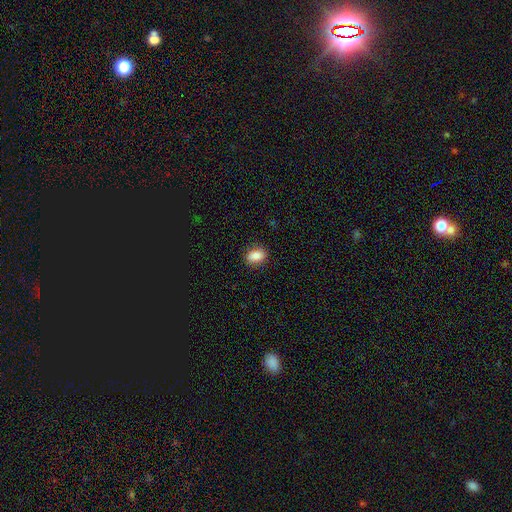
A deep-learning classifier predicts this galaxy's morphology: A smooth galaxy with no disk features (86%) that is in between round and cigar-shaped (78%).

Vote fractions:
- Smooth or featured? smooth: 86% / star or artifact: 8% / featured or disk: 6%
- How rounded? in between: 78% / round: 20% / cigar-shaped: 2%
- Merging? none: 85% / minor disturbance: 11% / major disturbance: 3% / merger: 1%